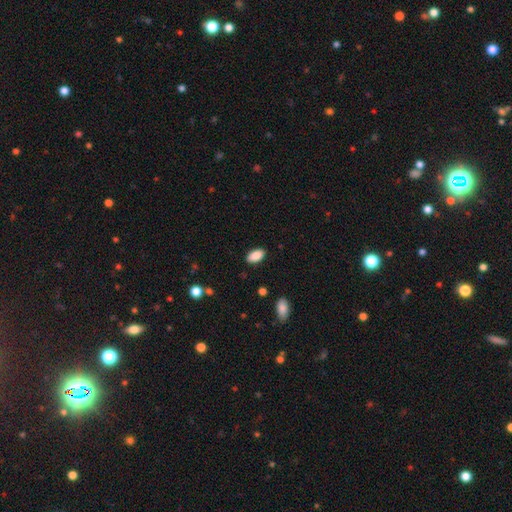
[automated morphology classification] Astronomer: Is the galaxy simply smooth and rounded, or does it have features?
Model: smooth — 89%.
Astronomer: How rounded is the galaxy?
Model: in between — 94%.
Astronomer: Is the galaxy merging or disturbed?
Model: none — 87%.